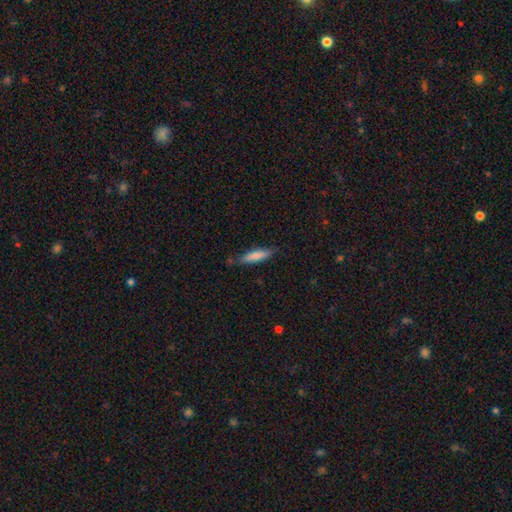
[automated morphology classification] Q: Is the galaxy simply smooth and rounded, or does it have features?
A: smooth — 80%.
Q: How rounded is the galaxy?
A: cigar-shaped — 75%.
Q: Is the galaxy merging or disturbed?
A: none — 79%.